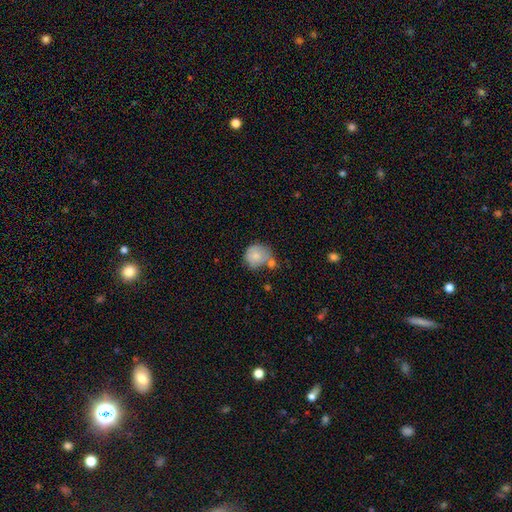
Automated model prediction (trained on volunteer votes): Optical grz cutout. It shows a smooth galaxy with no disk features (76%) that is round (82%). Merging: none (47%).